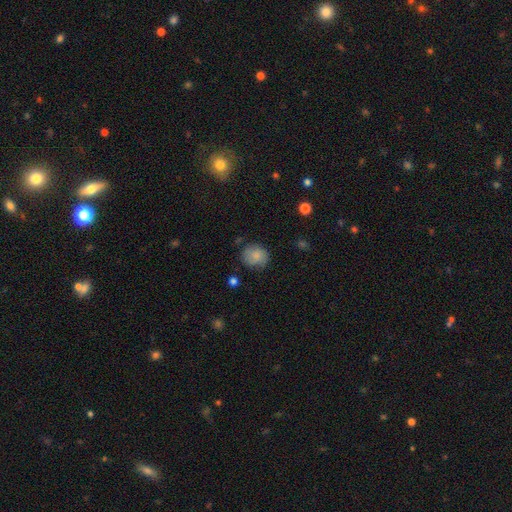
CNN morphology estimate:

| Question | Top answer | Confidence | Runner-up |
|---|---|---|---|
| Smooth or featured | smooth | 78% | featured or disk (14%) |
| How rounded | round | 74% | in between (25%) |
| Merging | none | 71% | minor disturbance (22%) |